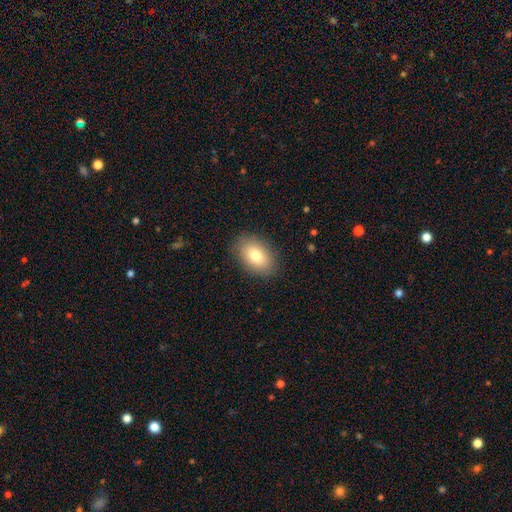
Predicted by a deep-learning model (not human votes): Q: Smooth or featured?
A: smooth (79%); runner-up: featured or disk (12%)
Q: How rounded?
A: in between (88%); runner-up: round (11%)
Q: Merging?
A: none (87%); runner-up: minor disturbance (9%)